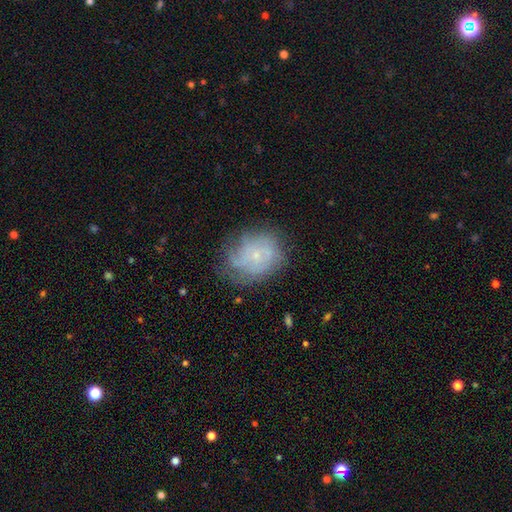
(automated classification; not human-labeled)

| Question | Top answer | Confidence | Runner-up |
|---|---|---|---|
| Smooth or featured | featured or disk | 61% | smooth (29%) |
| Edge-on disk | no | 97% | yes (3%) |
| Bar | no | 83% | weak (15%) |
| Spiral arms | yes | 75% | no (25%) |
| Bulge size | small | 80% | moderate (13%) |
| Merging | none | 62% | minor disturbance (24%) |